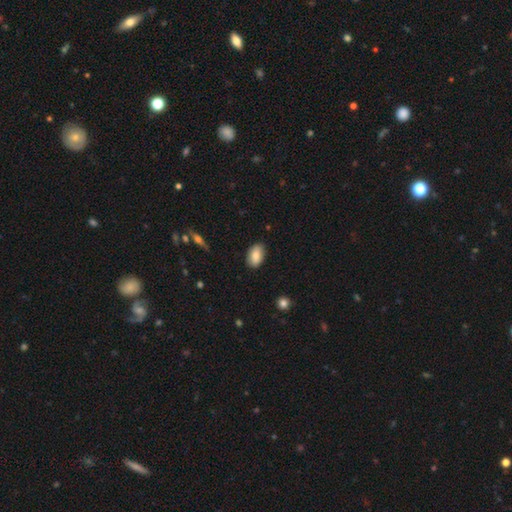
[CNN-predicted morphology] Q: Smooth or featured?
A: smooth (83%); runner-up: featured or disk (10%)
Q: How rounded?
A: in between (92%); runner-up: round (6%)
Q: Merging?
A: none (86%); runner-up: minor disturbance (11%)